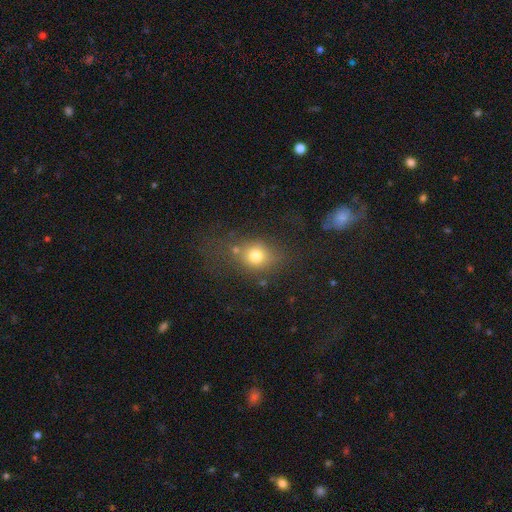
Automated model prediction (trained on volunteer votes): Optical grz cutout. It shows a smooth galaxy with no disk features (73%) that is round (56%). Merging: none (55%).